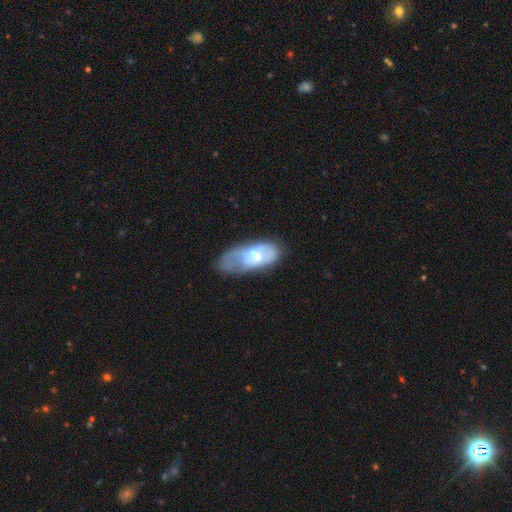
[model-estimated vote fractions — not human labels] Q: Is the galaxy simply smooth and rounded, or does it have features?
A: featured or disk — 48%.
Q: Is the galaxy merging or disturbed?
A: none — 34%.